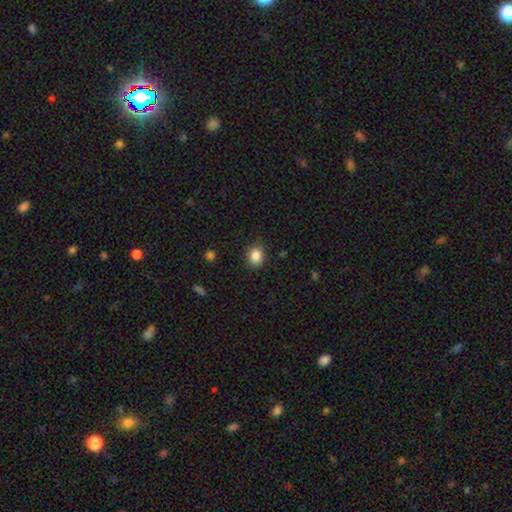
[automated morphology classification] A smooth galaxy with no disk features (85%) that is round (61%). Merging: none (86%).